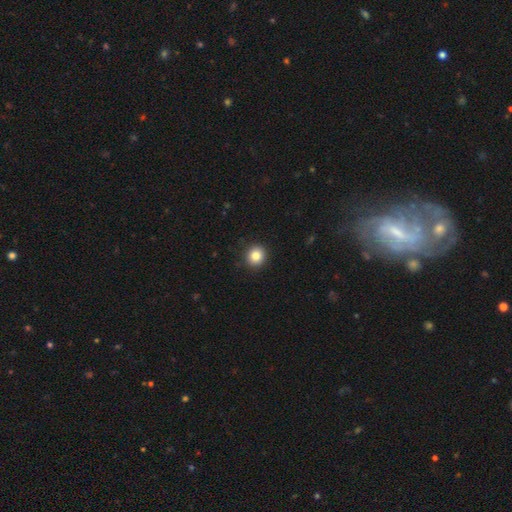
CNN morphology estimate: Overall: smooth (85%). How rounded: round (89%). Merging: none (91%).